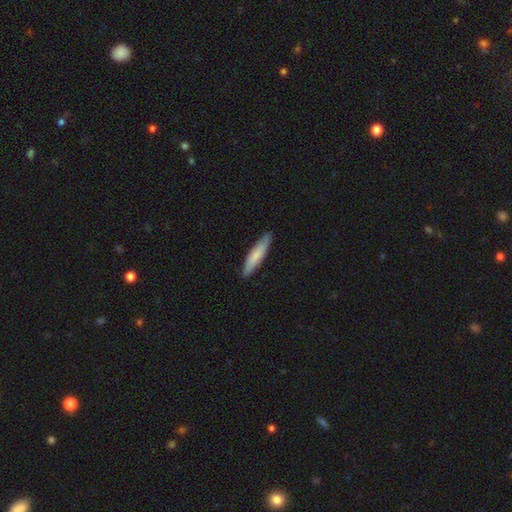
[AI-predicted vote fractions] This is likely a smooth galaxy (75%). How rounded: clearly cigar-shaped (82%). Merging: clearly none (87%).